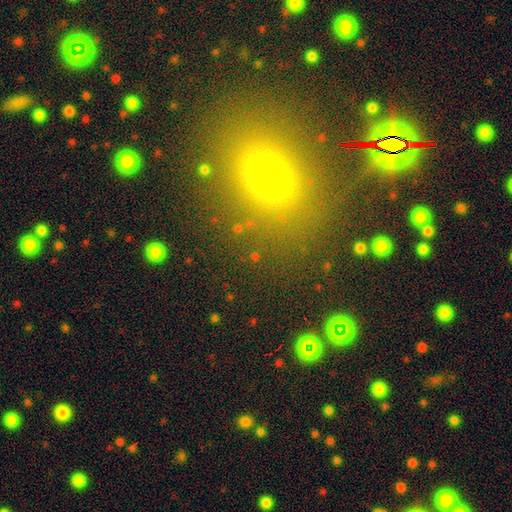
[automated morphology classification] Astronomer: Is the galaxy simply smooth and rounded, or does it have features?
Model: smooth — 51% (runner-up: star or artifact, 37%).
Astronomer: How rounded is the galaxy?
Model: round — 62%.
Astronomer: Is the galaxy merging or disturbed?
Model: none — 80%.